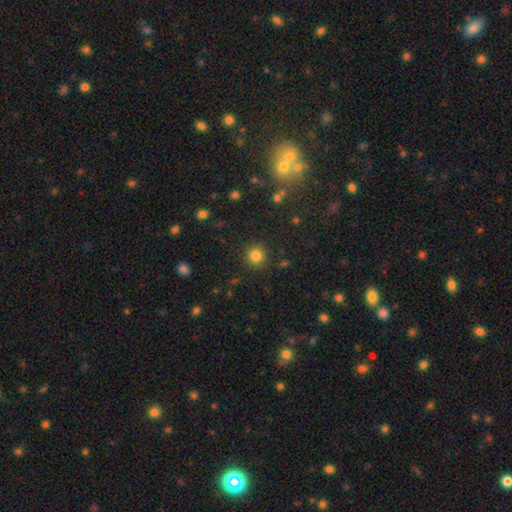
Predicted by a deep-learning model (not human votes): Smooth or featured?
  - smooth: 82% *
  - star or artifact: 13%
  - featured or disk: 5%
How rounded?
  - round: 92% *
  - in between: 7%
  - cigar-shaped: 1%
Merging?
  - none: 90% *
  - minor disturbance: 6%
  - major disturbance: 2%
  - merger: 1%